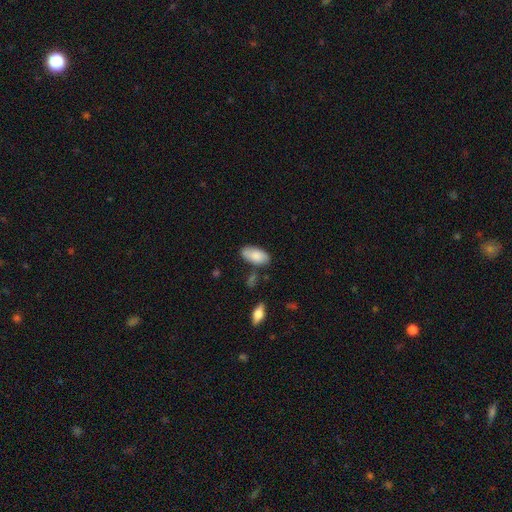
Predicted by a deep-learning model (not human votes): A smooth galaxy with no disk features (82%) that is in between round and cigar-shaped (93%).

Vote fractions:
- Smooth or featured? smooth: 82% / featured or disk: 12% / star or artifact: 6%
- How rounded? in between: 93% / cigar-shaped: 5% / round: 2%
- Merging? none: 74% / minor disturbance: 18% / merger: 5% / major disturbance: 3%